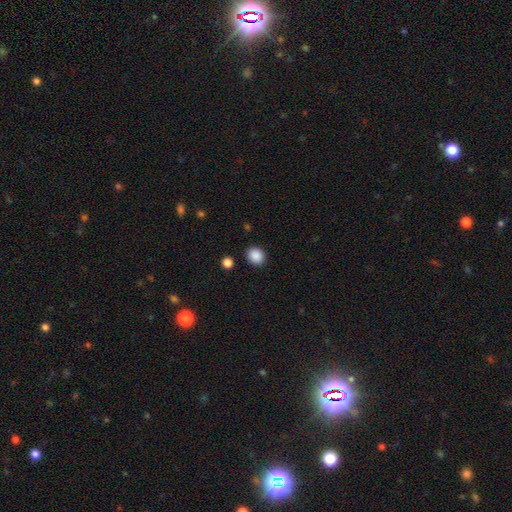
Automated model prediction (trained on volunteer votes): Smooth or featured? Predicted: smooth (p=0.88). How rounded? Predicted: round (p=0.70). Merging? Predicted: none (p=0.88).